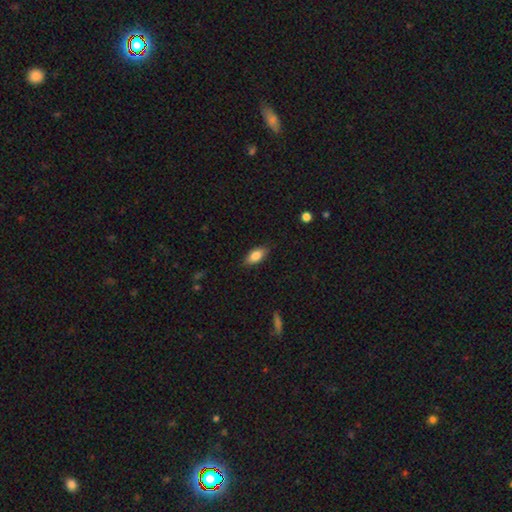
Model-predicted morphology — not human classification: type=smooth (84%); roundness=in between (86%); merging=none (84%).